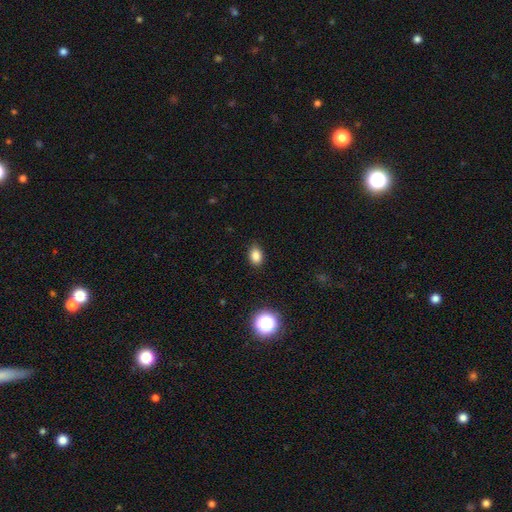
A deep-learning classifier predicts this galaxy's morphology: Overall: smooth (84%). How rounded: in between (78%). Merging: none (86%).